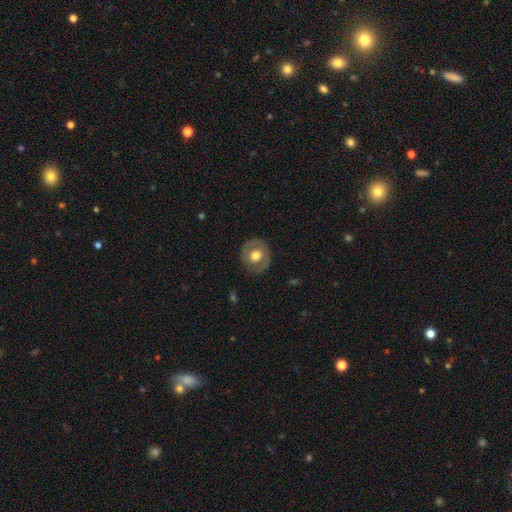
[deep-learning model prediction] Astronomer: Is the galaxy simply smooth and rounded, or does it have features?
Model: smooth — 54% (runner-up: featured or disk, 40%).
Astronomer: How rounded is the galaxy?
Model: round — 84%.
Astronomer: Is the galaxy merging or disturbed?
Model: none — 83%.